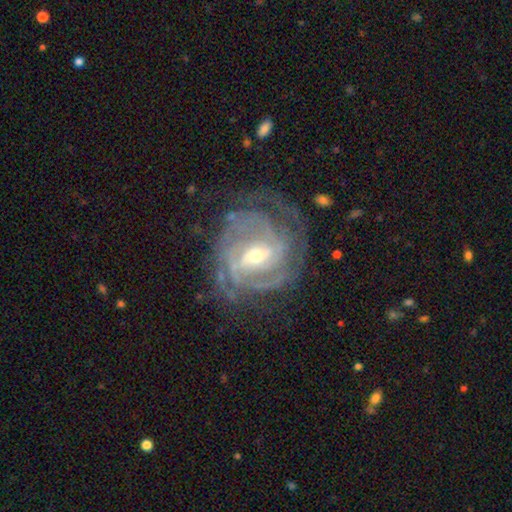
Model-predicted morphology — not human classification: type=featured or disk (90%); edge-on=no (97%); bar=weak (46%); spiral arms=yes (97%); winding=tight (70%); arm count=3 (26%); bulge=small (49%); merging=none (72%).